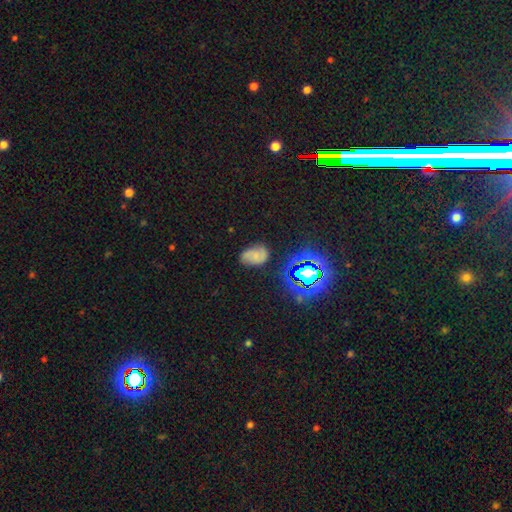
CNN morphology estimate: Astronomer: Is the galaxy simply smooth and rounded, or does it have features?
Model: smooth — 46% (runner-up: featured or disk, 35%).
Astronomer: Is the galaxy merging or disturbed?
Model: none — 63%.